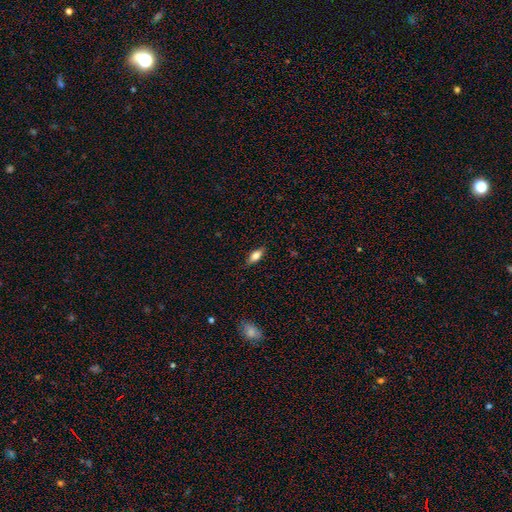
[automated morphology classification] Overall: smooth (74%). How rounded: in between (80%). Merging: none (85%).